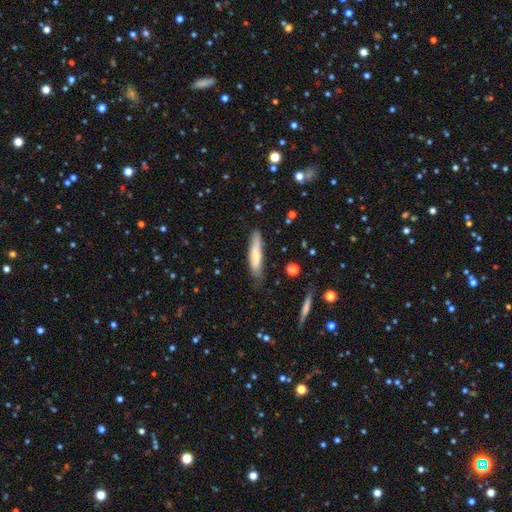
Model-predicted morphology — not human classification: This appears to be a smooth galaxy with no disk features (66%) that is cigar-shaped (79%). Merging: none (74%).